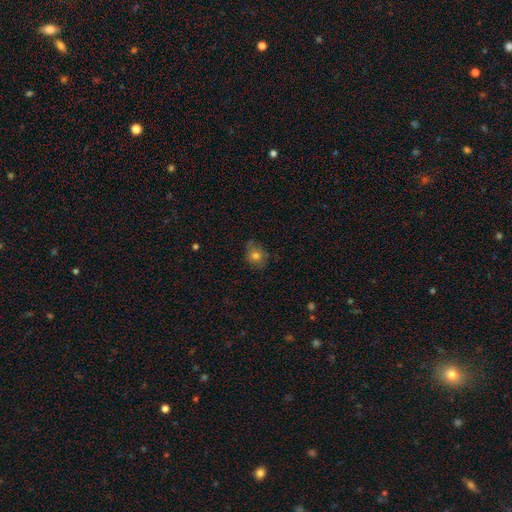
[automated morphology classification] Q: Smooth or featured?
A: smooth (72%); runner-up: featured or disk (17%)
Q: How rounded?
A: round (63%); runner-up: in between (36%)
Q: Merging?
A: none (66%); runner-up: minor disturbance (25%)